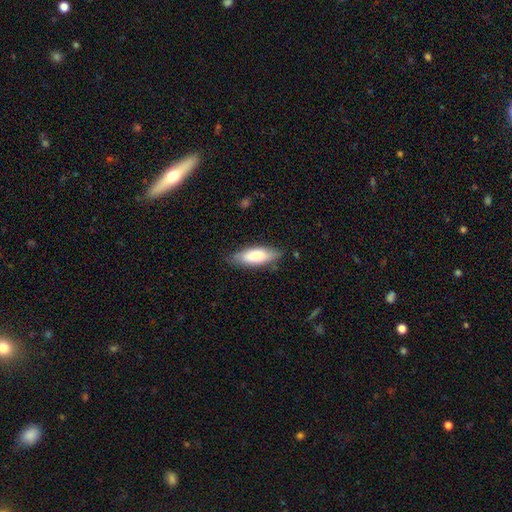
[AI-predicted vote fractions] smooth 77%, featured or disk 17%, star or artifact 6%. Down the decision tree: how rounded — in between (69%); merging — none (79%).